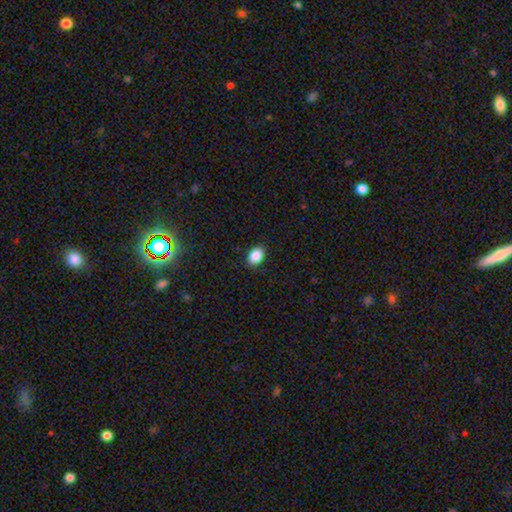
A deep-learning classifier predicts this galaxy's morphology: smooth_or_featured: smooth (p=0.88) [alt: star or artifact p=0.09]
how_rounded: in between (p=0.78) [alt: round p=0.20]
merging: none (p=0.88) [alt: minor disturbance p=0.09]